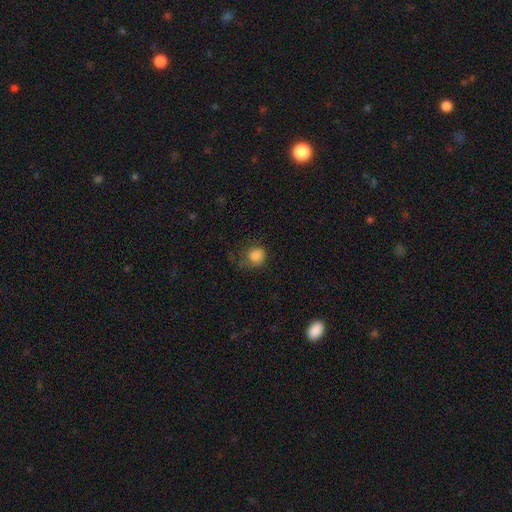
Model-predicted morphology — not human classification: Smooth or featured? smooth (84%)
How rounded? round (74%)
Merging? none (56%)